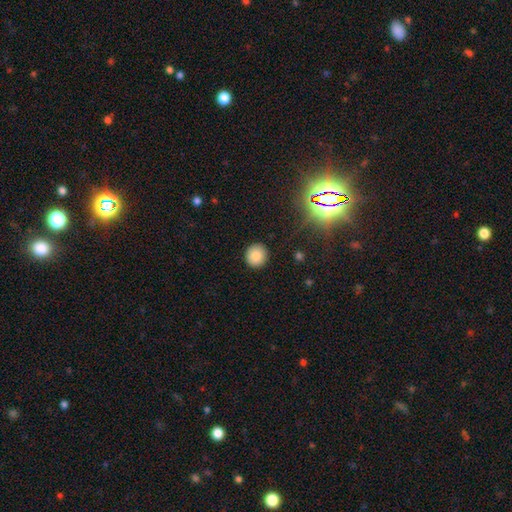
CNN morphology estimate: A smooth galaxy with no disk features (84%) that is round (89%). Merging: none (91%).